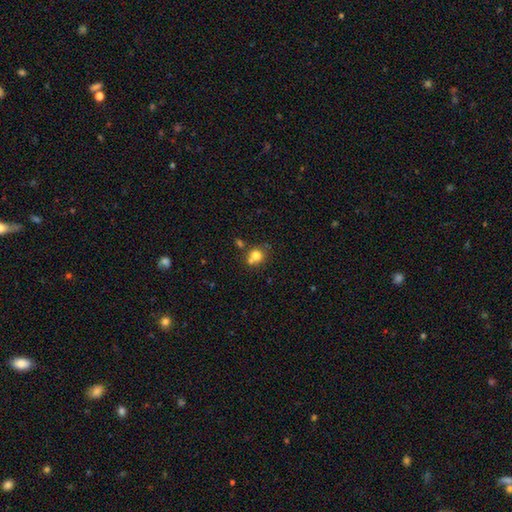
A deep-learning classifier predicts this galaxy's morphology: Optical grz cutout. It shows a smooth galaxy with no disk features (76%) that is round (79%). Merging: none (53%).